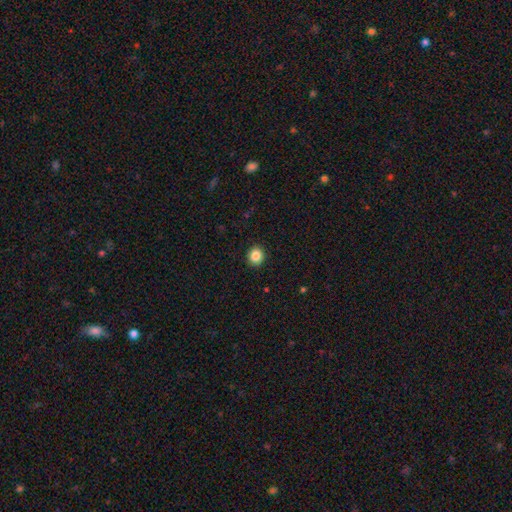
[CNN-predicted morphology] Overall: smooth (85%). How rounded: round (85%). Merging: none (93%).